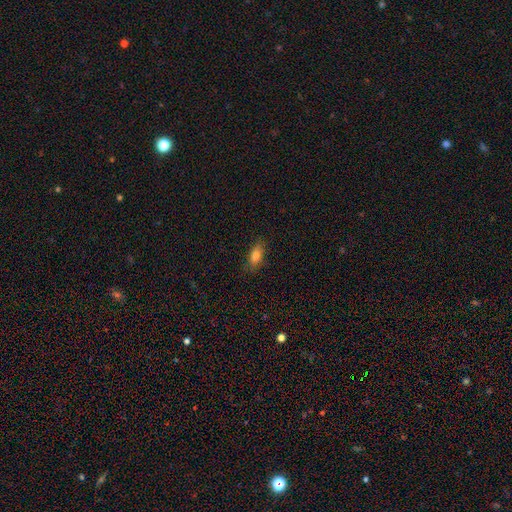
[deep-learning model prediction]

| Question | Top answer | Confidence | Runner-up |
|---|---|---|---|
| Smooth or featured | smooth | 81% | featured or disk (10%) |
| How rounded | in between | 84% | cigar-shaped (12%) |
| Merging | none | 83% | minor disturbance (14%) |